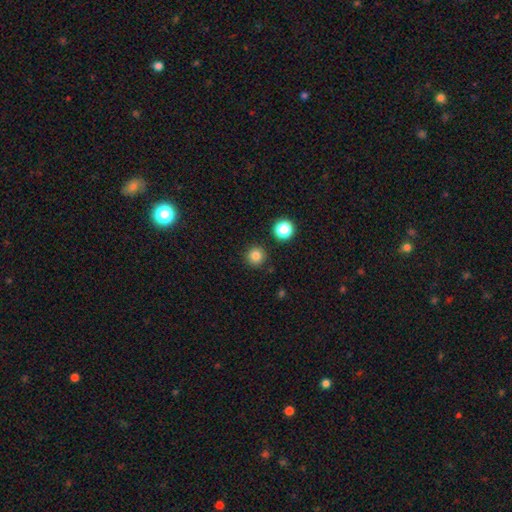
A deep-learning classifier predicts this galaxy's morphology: Q: Smooth or featured?
A: smooth (83%); runner-up: star or artifact (13%)
Q: How rounded?
A: round (95%); runner-up: in between (4%)
Q: Merging?
A: none (90%); runner-up: minor disturbance (6%)